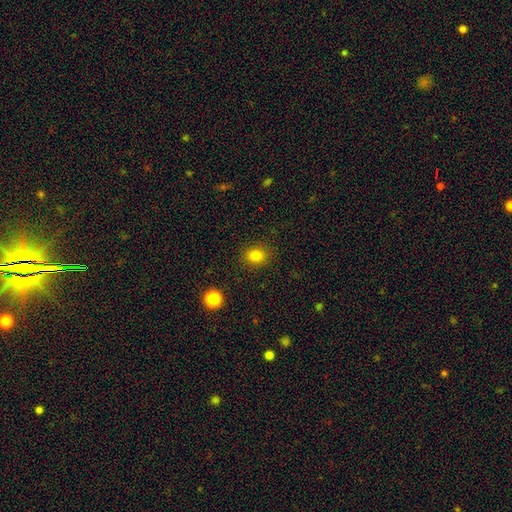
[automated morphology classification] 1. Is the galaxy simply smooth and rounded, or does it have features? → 81% smooth, 13% star or artifact, 6% featured or disk.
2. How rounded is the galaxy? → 63% round, 36% in between, 1% cigar-shaped.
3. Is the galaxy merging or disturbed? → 88% none, 8% minor disturbance, 3% major disturbance, 1% merger.